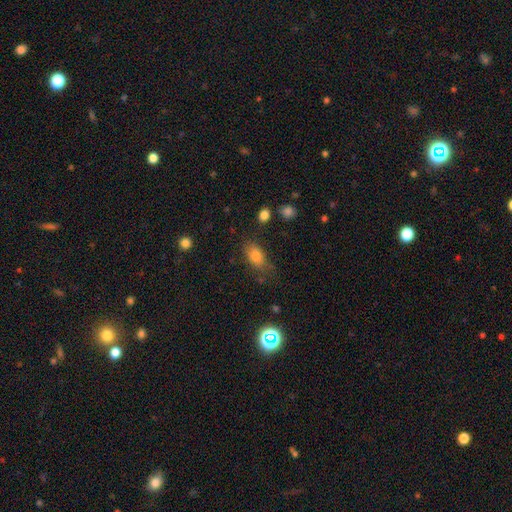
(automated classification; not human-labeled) This is likely a smooth galaxy (77%). How rounded: clearly in between (83%). Merging: likely none (70%).